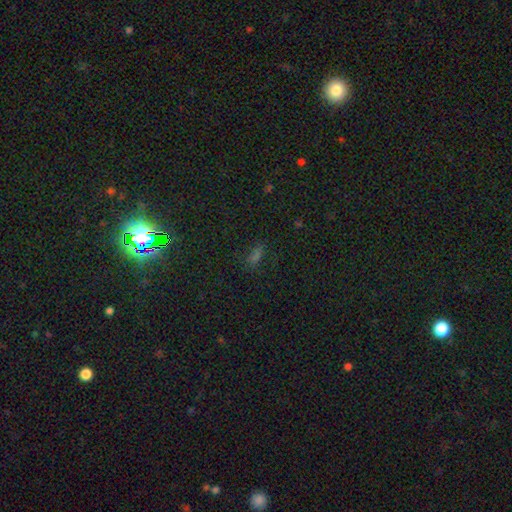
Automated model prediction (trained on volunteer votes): Smooth or featured? star or artifact (49%)